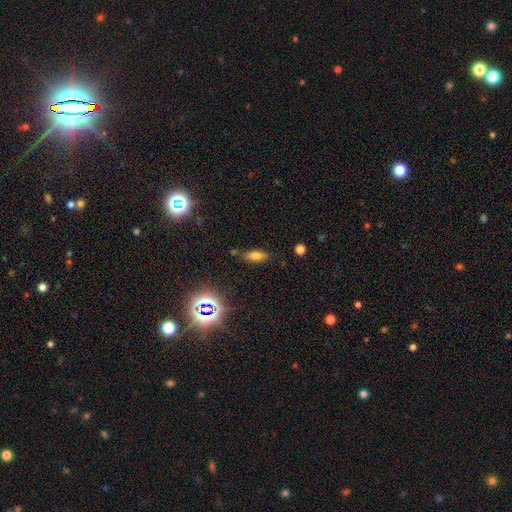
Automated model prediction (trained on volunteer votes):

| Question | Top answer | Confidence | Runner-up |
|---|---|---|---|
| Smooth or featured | smooth | 70% | star or artifact (16%) |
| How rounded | in between | 70% | cigar-shaped (26%) |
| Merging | none | 72% | minor disturbance (17%) |